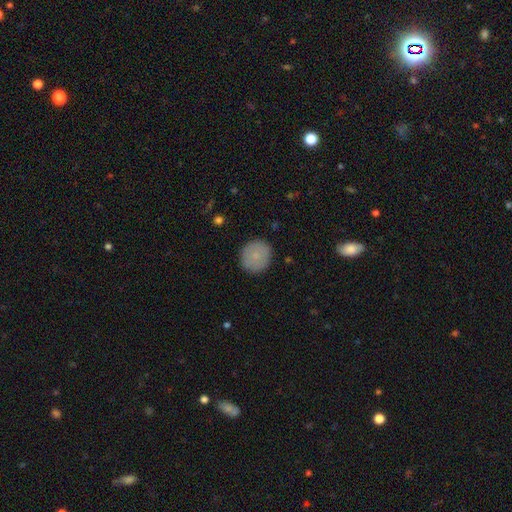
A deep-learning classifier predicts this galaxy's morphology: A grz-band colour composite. It shows a smooth galaxy with no disk features (82%) that is round (88%). Merging: none (88%).